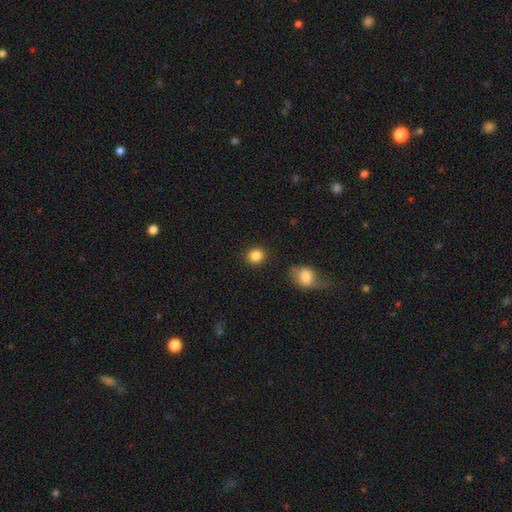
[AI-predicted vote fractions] Smooth or featured? smooth (86%)
How rounded? round (77%)
Merging? none (87%)